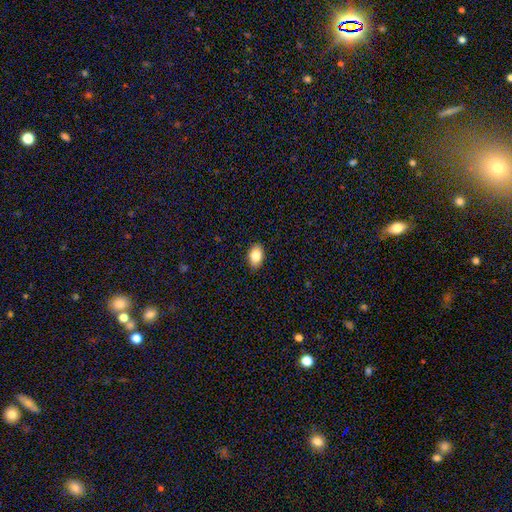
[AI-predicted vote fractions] Smooth or featured? smooth (85%)
How rounded? in between (87%)
Merging? none (88%)